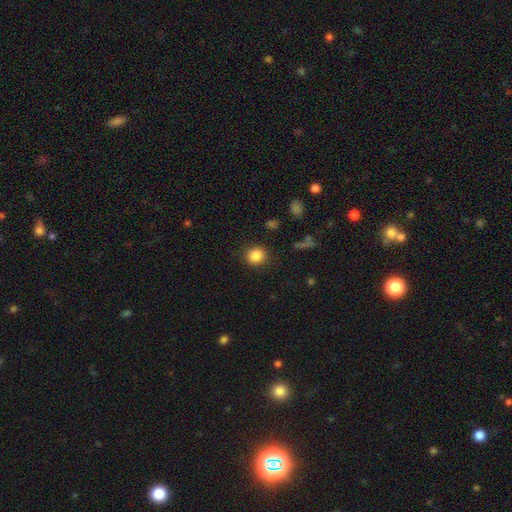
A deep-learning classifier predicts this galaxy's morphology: type=smooth (85%); roundness=round (83%); merging=none (88%).